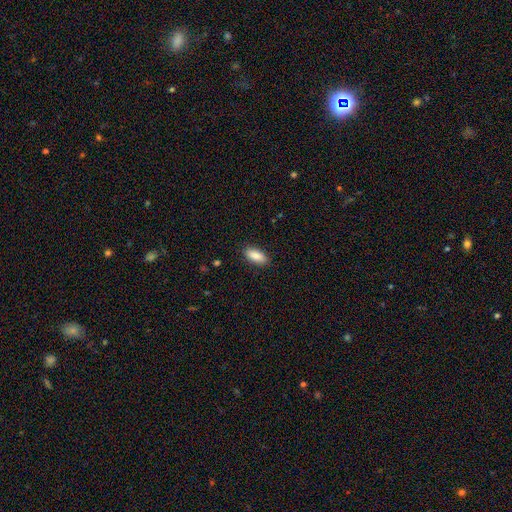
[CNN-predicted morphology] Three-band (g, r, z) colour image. It shows a smooth galaxy with no disk features (88%) that is in between round and cigar-shaped (84%). Merging: none (88%).